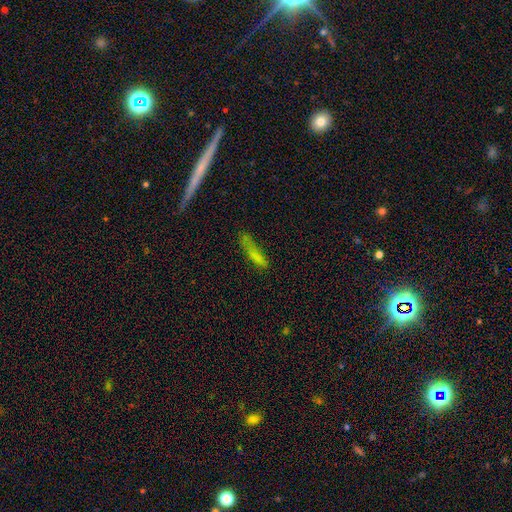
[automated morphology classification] smooth 71%, featured or disk 15%, star or artifact 14%. Down the decision tree: how rounded — cigar-shaped (78%); merging — none (55%).